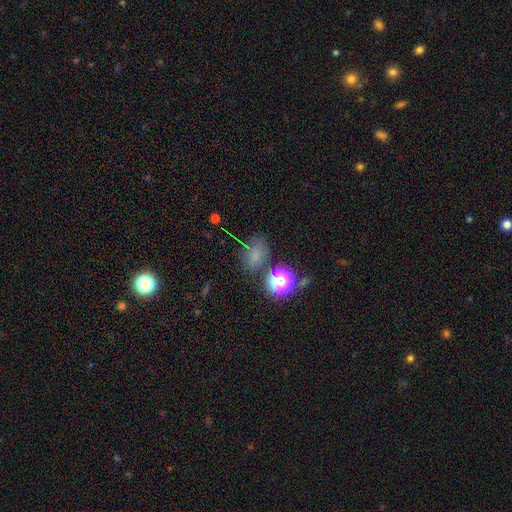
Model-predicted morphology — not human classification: Smooth or featured? Predicted: smooth (p=0.67). How rounded? Predicted: in between (p=0.64). Merging? Predicted: none (p=0.66).